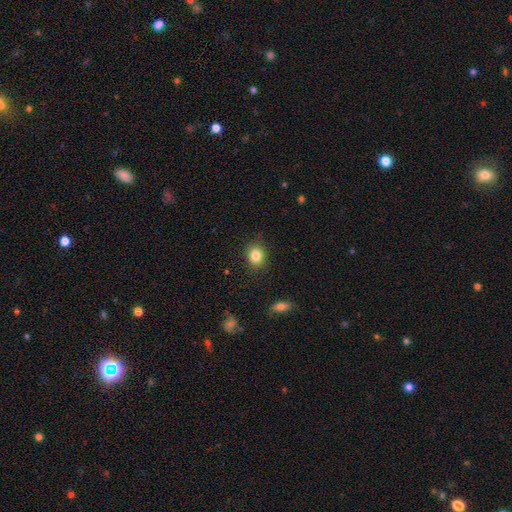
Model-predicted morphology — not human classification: A smooth galaxy with no disk features (84%) that is in between round and cigar-shaped (52%). Merging: none (85%).